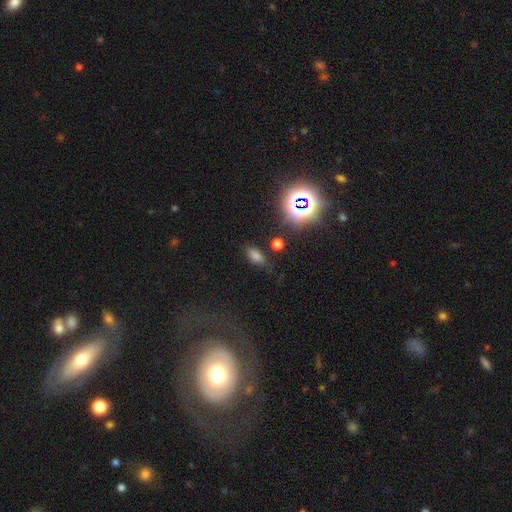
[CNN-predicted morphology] Smooth or featured? smooth (66%)
How rounded? in between (83%)
Merging? none (76%)